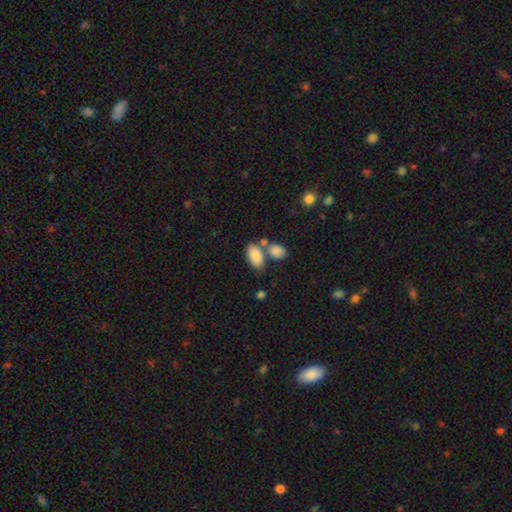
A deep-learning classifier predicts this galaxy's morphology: This appears to be a smooth galaxy with no disk features (85%) that is in between round and cigar-shaped (93%). Merging: none (52%).